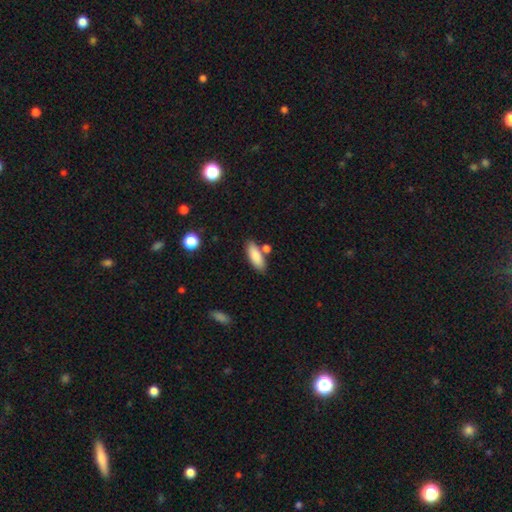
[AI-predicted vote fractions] This is clearly a smooth galaxy (85%). How rounded: likely in between (72%). Merging: likely none (73%).